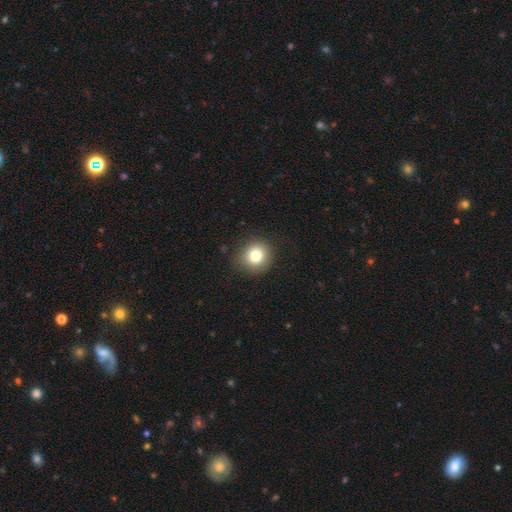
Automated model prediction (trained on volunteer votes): Smooth or featured? Predicted: smooth (p=0.82). How rounded? Predicted: round (p=0.85). Merging? Predicted: none (p=0.85).